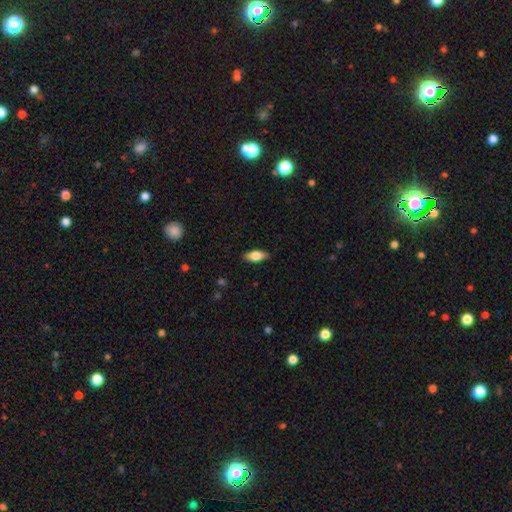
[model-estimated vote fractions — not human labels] Q: Smooth or featured?
A: smooth (71%); runner-up: featured or disk (22%)
Q: How rounded?
A: in between (82%); runner-up: cigar-shaped (15%)
Q: Merging?
A: none (86%); runner-up: minor disturbance (11%)